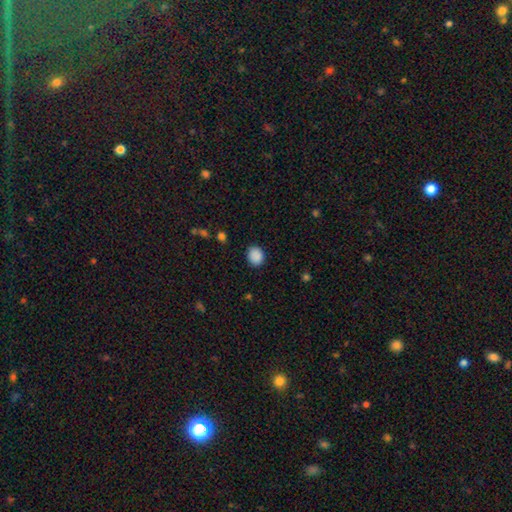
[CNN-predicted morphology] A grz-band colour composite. It shows a smooth galaxy with no disk features (89%) that is round (59%). Merging: none (87%).